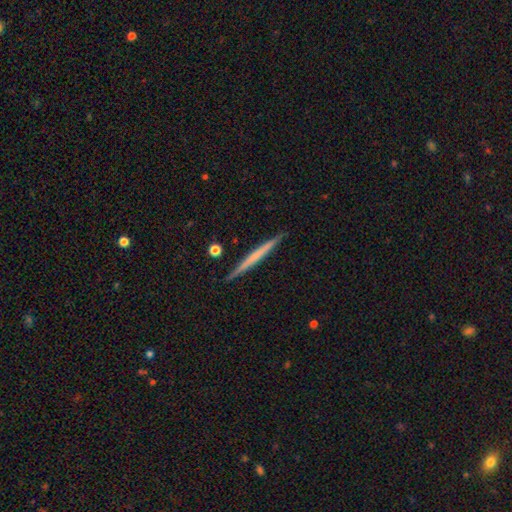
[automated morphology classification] type=featured or disk (50%); edge-on=yes (98%); merging=none (92%).